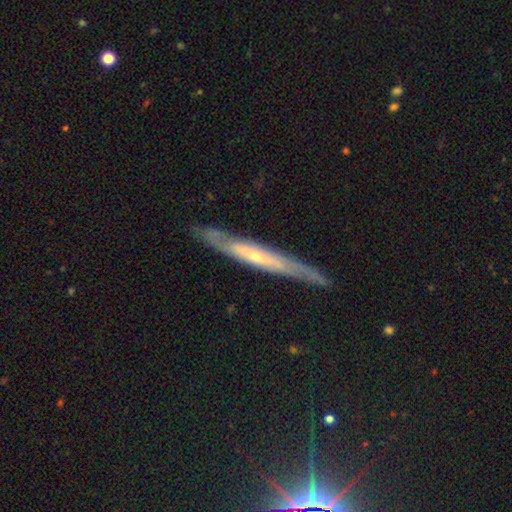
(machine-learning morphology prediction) smooth-or-featured: featured or disk: 73% | smooth: 21% | star or artifact: 6%
  disk-edge-on: yes: 76% | no: 24%
    edge-on-bulge: rounded: 48% | none: 46% | boxy: 6%
  merging: none: 81% | minor disturbance: 14% | major disturbance: 3% | merger: 1%